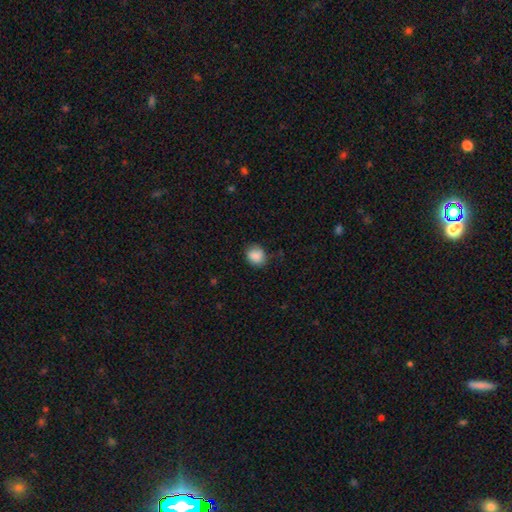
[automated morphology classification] smooth-or-featured: smooth: 87% | star or artifact: 8% | featured or disk: 5%
  how-rounded: round: 66% | in between: 33% | cigar-shaped: 1%
  merging: none: 74% | minor disturbance: 20% | major disturbance: 5% | merger: 1%